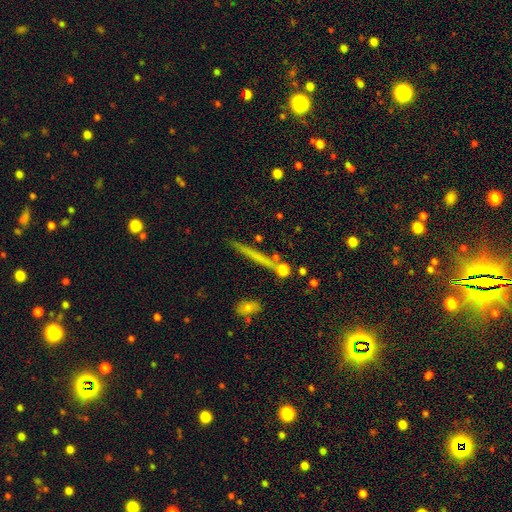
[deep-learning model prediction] Smooth or featured: smooth — 48% (featured or disk — 40%)
Merging: none — 83% (minor disturbance — 10%)